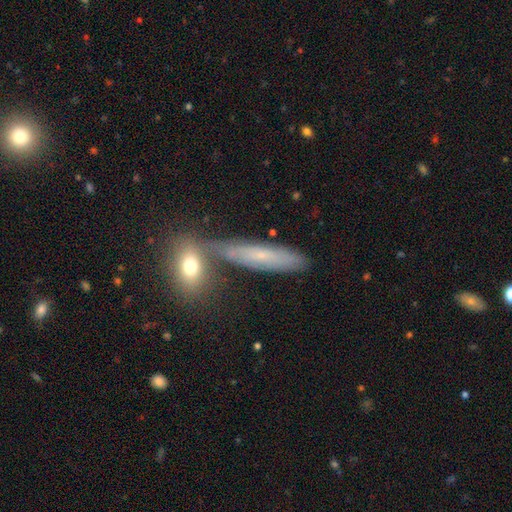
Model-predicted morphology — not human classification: smooth-or-featured: smooth: 44% | featured or disk: 41% | star or artifact: 15%
  merging: none: 68% | merger: 18% | minor disturbance: 11% | major disturbance: 4%